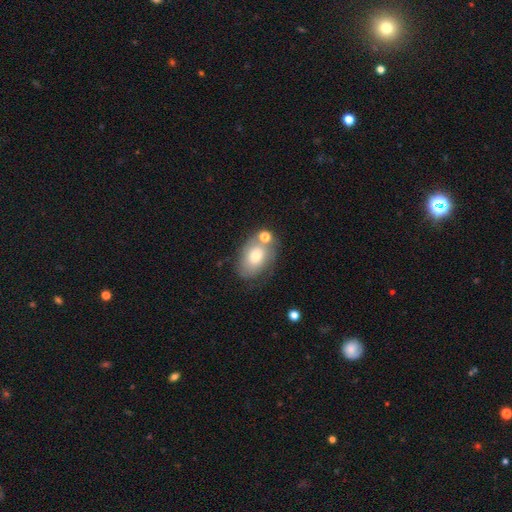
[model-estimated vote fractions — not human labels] smooth 57%, featured or disk 34%, star or artifact 9%. Down the decision tree: how rounded — in between (80%); merging — none (52%).